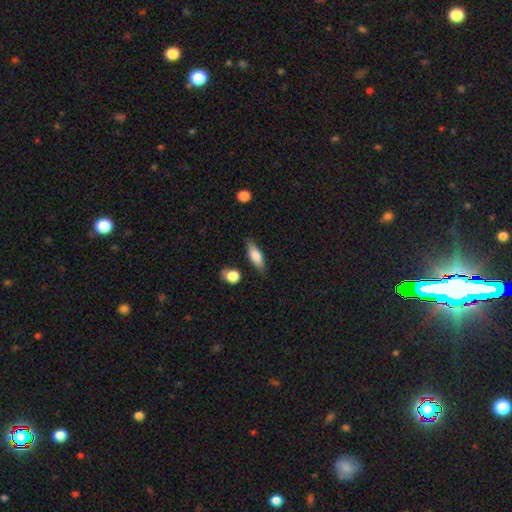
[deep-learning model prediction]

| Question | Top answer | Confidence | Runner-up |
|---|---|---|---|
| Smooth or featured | smooth | 73% | featured or disk (21%) |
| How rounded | in between | 64% | cigar-shaped (32%) |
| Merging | none | 78% | minor disturbance (15%) |